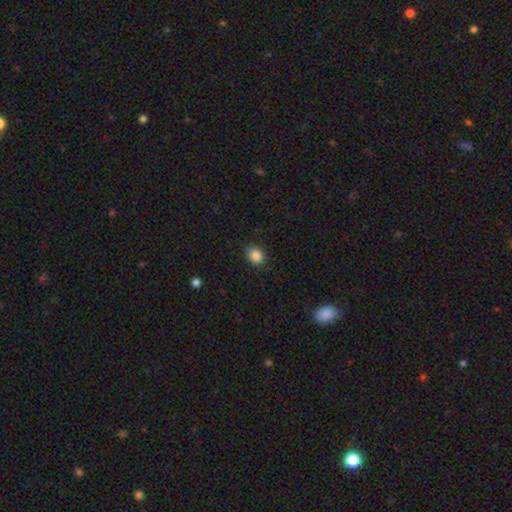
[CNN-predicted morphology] Q: Smooth or featured?
A: smooth (86%); runner-up: star or artifact (10%)
Q: How rounded?
A: round (62%); runner-up: in between (38%)
Q: Merging?
A: none (89%); runner-up: minor disturbance (8%)